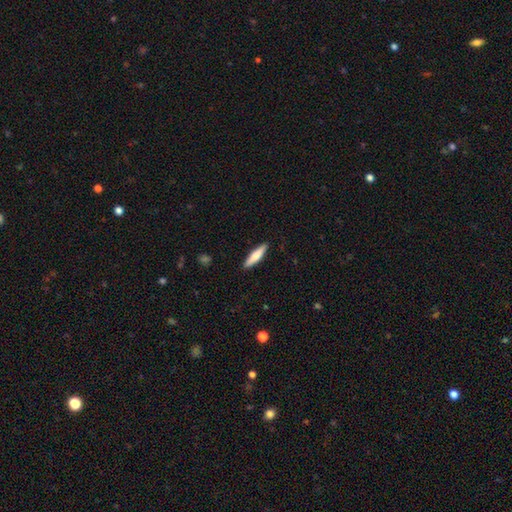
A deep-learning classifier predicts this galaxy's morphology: Overall: smooth (67%; featured or disk 27%). How rounded: cigar-shaped (78%). Merging: none (90%).